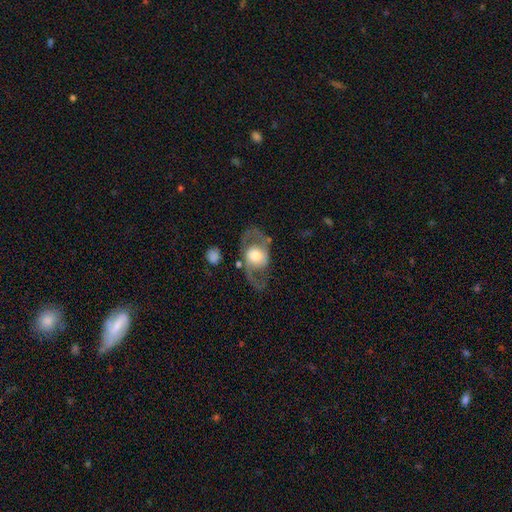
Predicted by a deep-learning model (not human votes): featured or disk 69%, smooth 26%, star or artifact 5%. Down the decision tree: edge-on disk — no (92%); bar — no (70%); spiral arms — yes (61%); bulge size — moderate (53%); merging — none (65%).